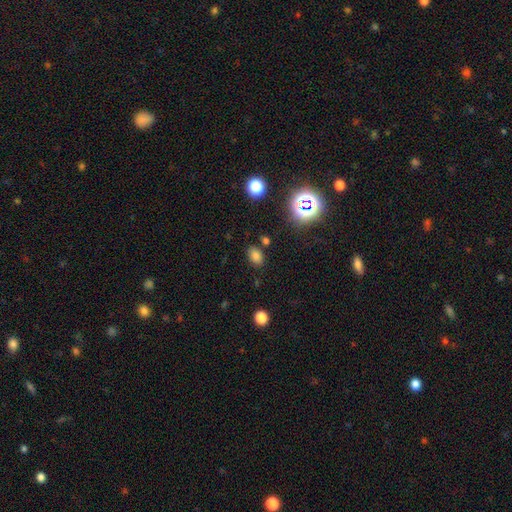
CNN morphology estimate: type=smooth (75%); roundness=in between (79%); merging=none (82%).